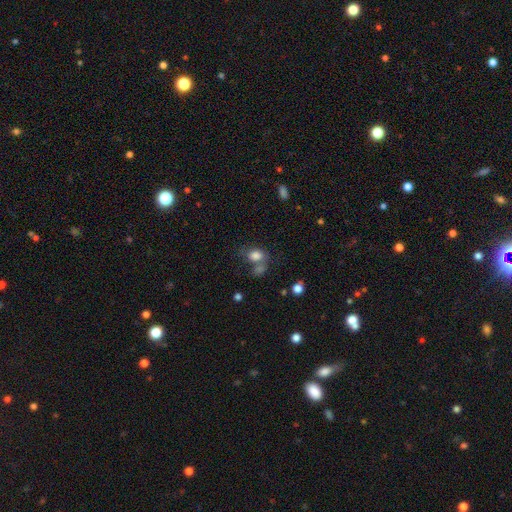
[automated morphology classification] Smooth or featured: smooth — 80% (star or artifact — 11%)
How rounded: in between — 70% (round — 29%)
Merging: none — 39% (merger — 34%)